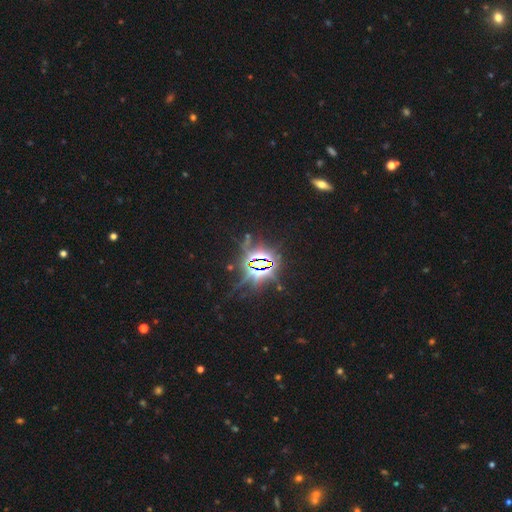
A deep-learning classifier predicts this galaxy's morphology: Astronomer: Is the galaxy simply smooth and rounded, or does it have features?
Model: star or artifact — 86%.